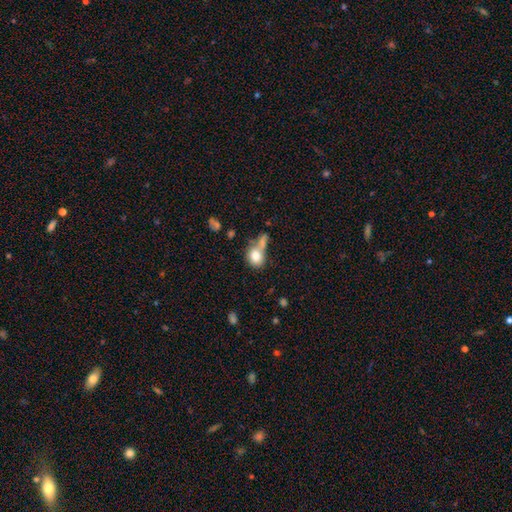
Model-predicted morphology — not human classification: type=smooth (78%); roundness=round (57%); merging=merger (38%).